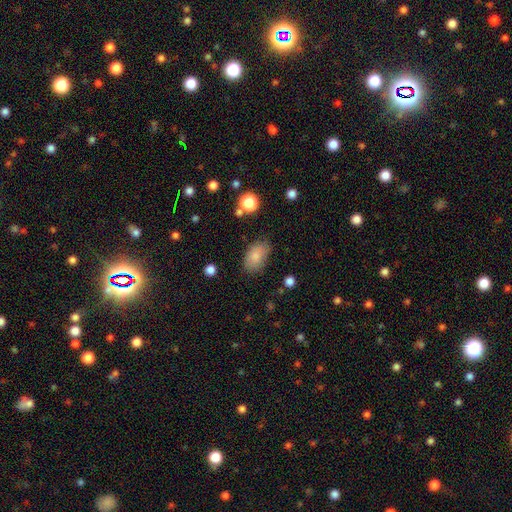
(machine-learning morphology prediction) smooth-or-featured: smooth: 84% | featured or disk: 8% | star or artifact: 8%
  how-rounded: in between: 91% | round: 7% | cigar-shaped: 2%
  merging: none: 77% | minor disturbance: 16% | major disturbance: 4% | merger: 2%